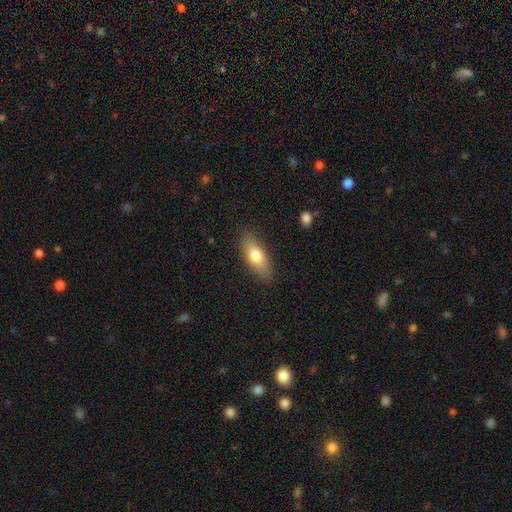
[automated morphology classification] type=smooth (73%); roundness=in between (72%); merging=none (84%).